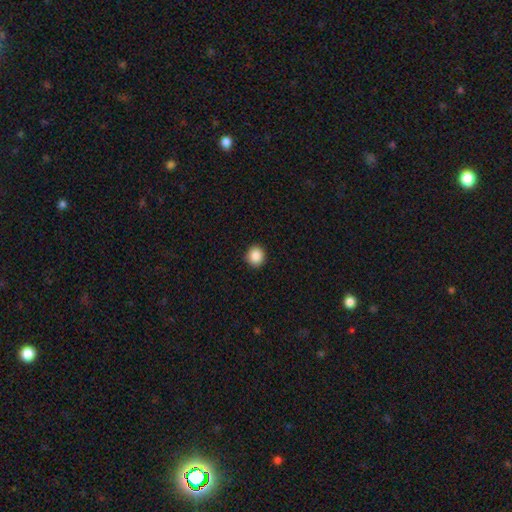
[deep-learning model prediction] smooth 88%, star or artifact 9%, featured or disk 3%. Down the decision tree: how rounded — round (88%); merging — none (91%).